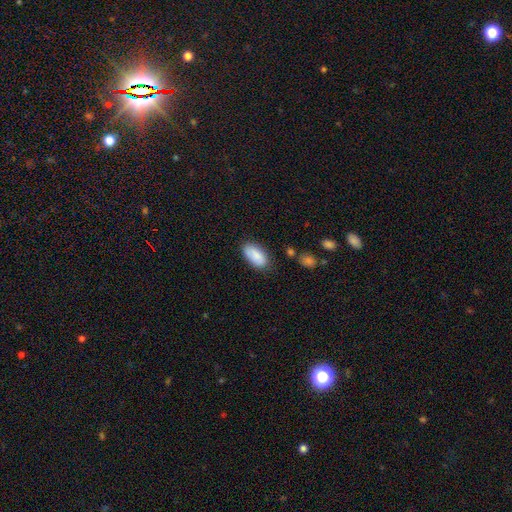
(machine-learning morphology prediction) The model was most divided on "merging": none: 76%, minor disturbance: 17%, major disturbance: 4%, merger: 3%. More confident: how rounded — in between (94%); smooth or featured — smooth (87%).